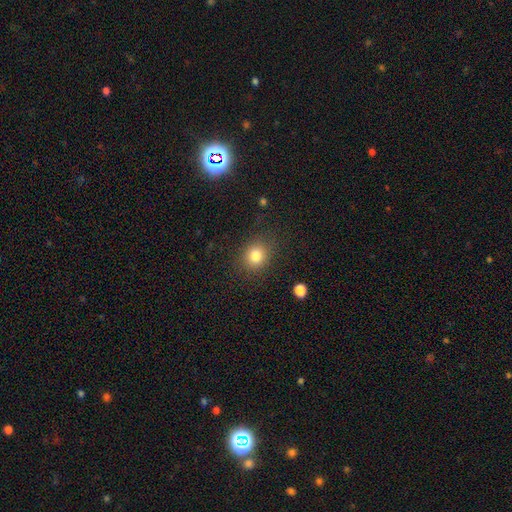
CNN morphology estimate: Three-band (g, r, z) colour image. It shows a smooth galaxy with no disk features (81%) that is round (71%). Merging: none (84%).